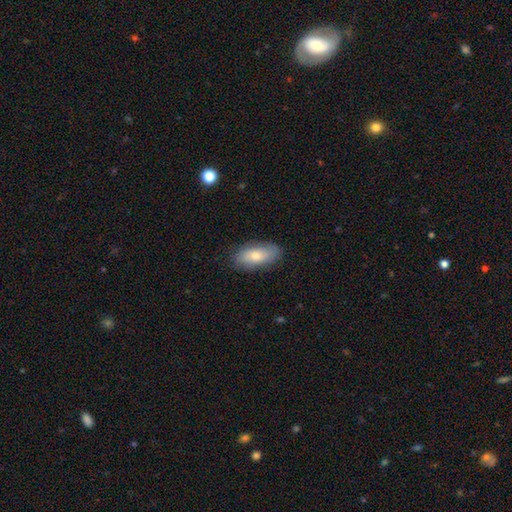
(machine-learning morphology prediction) This is likely a smooth galaxy (75%). How rounded: clearly in between (87%). Merging: clearly none (83%).